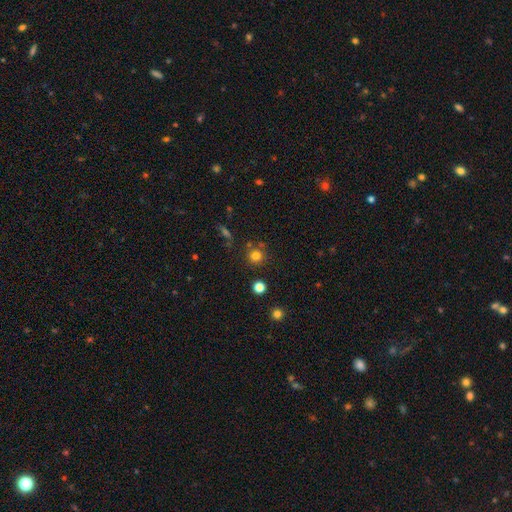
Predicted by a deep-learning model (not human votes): smooth_or_featured: smooth (p=0.78) [alt: star or artifact p=0.15]
how_rounded: round (p=0.93) [alt: in between p=0.06]
merging: none (p=0.81) [alt: minor disturbance p=0.08]